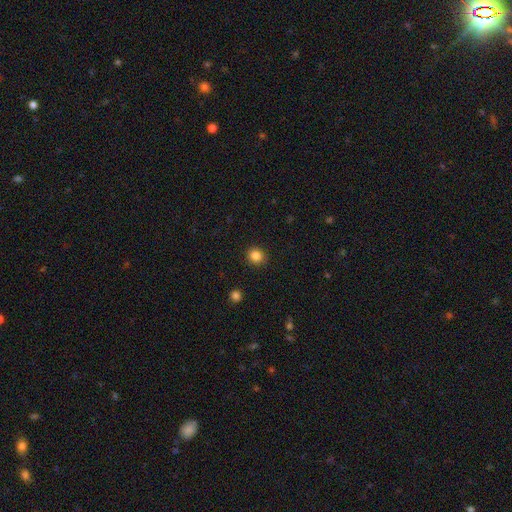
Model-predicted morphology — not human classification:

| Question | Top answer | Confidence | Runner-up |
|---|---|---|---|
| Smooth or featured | smooth | 85% | star or artifact (11%) |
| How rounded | round | 84% | in between (15%) |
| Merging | none | 91% | minor disturbance (6%) |